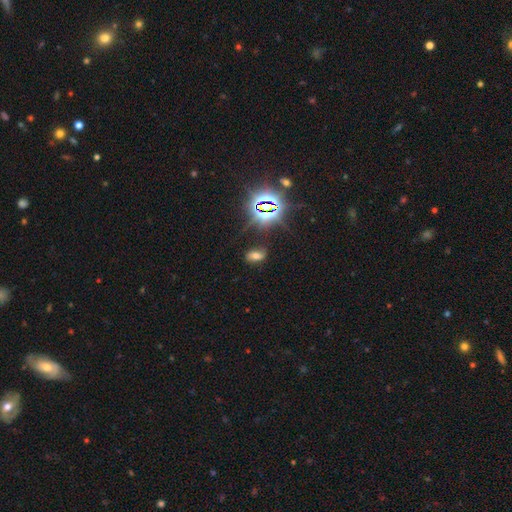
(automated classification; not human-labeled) Smooth or featured?
  - smooth: 42% *
  - star or artifact: 40%
  - featured or disk: 18%
Merging?
  - none: 76% *
  - minor disturbance: 15%
  - major disturbance: 6%
  - merger: 3%